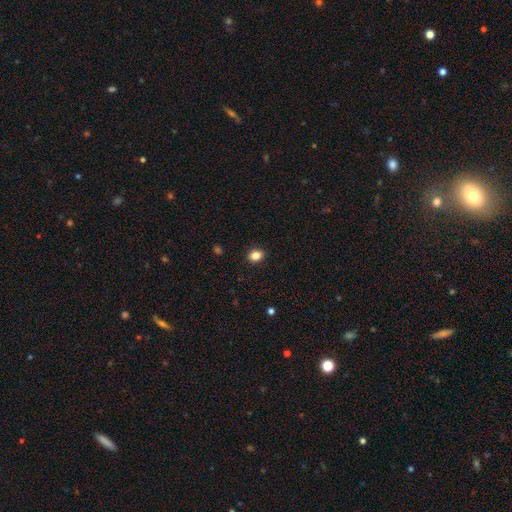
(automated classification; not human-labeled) Morphology: type=smooth (85%); roundness=in between (54%); merging=none (90%).